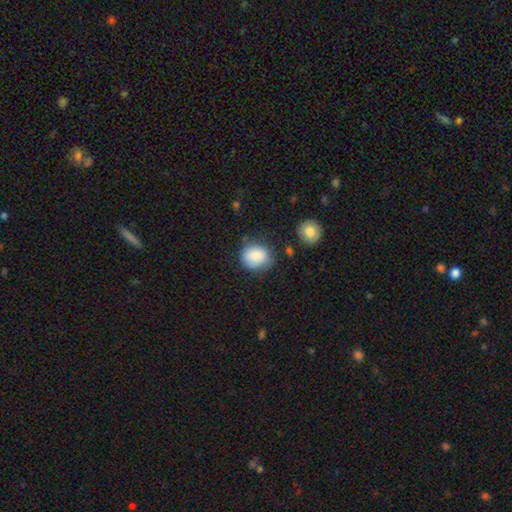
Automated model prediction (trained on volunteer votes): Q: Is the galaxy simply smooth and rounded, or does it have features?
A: smooth — 85%.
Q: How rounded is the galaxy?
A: round — 61%.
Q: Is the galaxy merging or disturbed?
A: none — 66%.